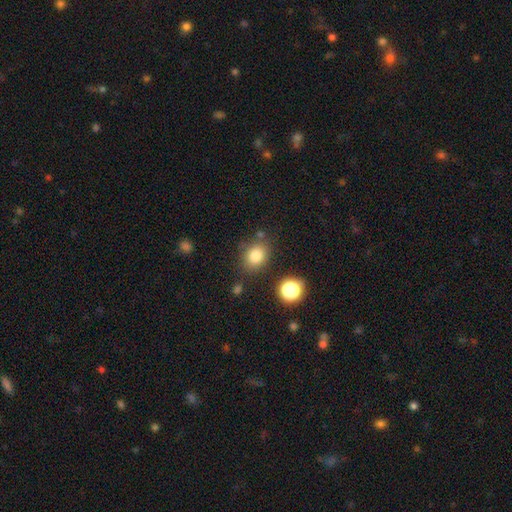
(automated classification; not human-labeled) Overall: smooth (82%). How rounded: round (56%; in between 43%). Merging: none (76%).